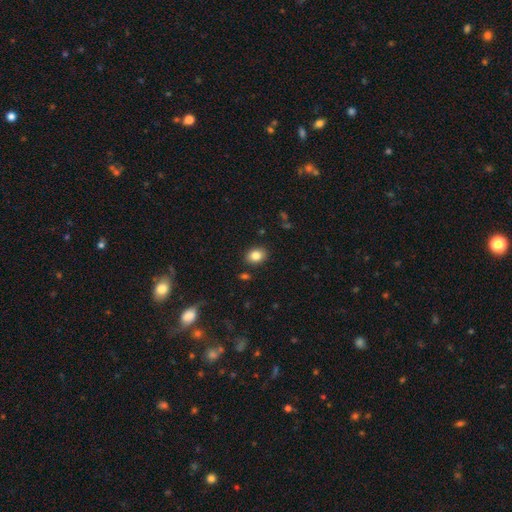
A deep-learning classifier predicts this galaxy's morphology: This appears to be a smooth galaxy with no disk features (84%) that is in between round and cigar-shaped (64%). Merging: none (86%).